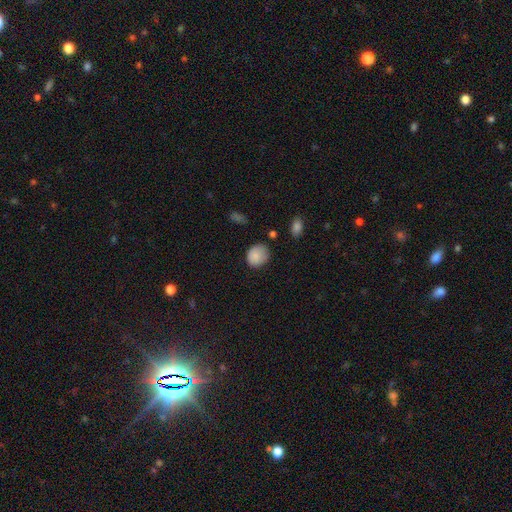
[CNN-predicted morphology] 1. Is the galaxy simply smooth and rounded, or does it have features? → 86% smooth, 8% star or artifact, 5% featured or disk.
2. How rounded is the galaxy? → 69% round, 30% in between, 1% cigar-shaped.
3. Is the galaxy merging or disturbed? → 71% none, 22% minor disturbance, 5% major disturbance, 2% merger.